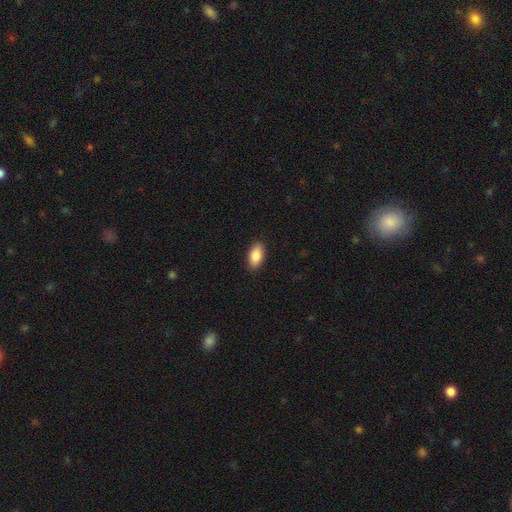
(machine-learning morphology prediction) This appears to be a smooth galaxy with no disk features (87%) that is in between round and cigar-shaped (93%). Merging: none (89%).